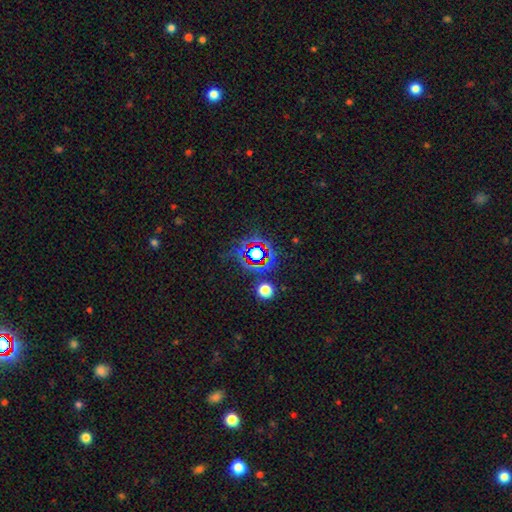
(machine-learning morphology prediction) type=star or artifact (65%).